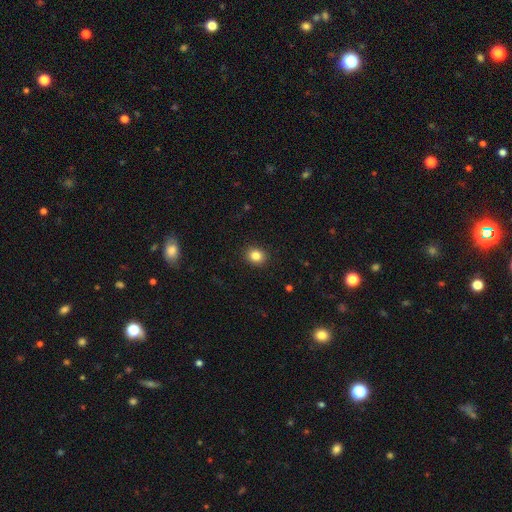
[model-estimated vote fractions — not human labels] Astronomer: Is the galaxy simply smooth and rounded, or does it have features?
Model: smooth — 84%.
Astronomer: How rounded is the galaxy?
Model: round — 65%.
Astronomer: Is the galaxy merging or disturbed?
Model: none — 91%.